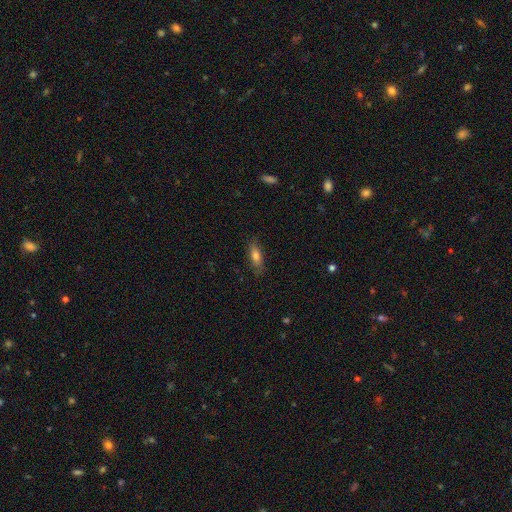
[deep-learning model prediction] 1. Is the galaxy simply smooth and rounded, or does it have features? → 75% smooth, 17% featured or disk, 7% star or artifact.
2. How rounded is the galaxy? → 62% in between, 35% cigar-shaped, 3% round.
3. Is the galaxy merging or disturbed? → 82% none, 14% minor disturbance, 3% major disturbance, 1% merger.